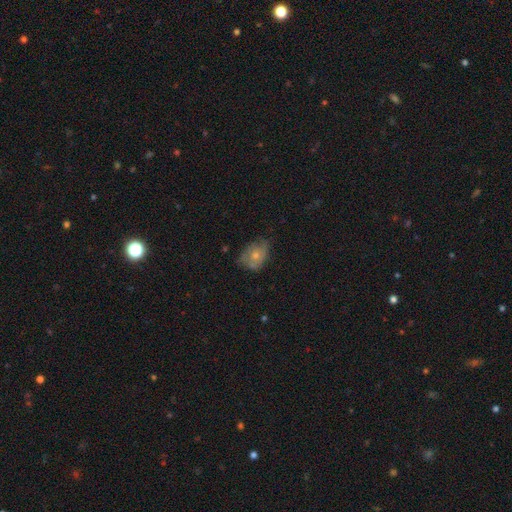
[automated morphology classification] This is possibly a smooth galaxy (52%). How rounded: likely in between (64%). Merging: possibly none (50%).